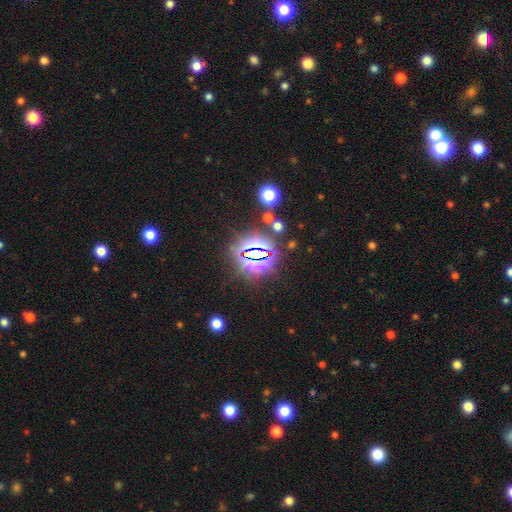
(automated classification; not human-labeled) A star or artifact, not a galaxy (77%).

Vote fractions:
- Smooth or featured? star or artifact: 77% / smooth: 15% / featured or disk: 9%